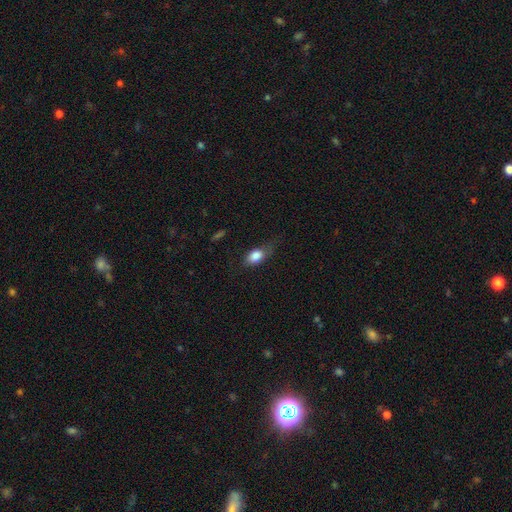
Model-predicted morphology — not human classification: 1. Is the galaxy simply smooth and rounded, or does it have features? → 83% smooth, 10% featured or disk, 8% star or artifact.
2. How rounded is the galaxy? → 83% in between, 12% round, 5% cigar-shaped.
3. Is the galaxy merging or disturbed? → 55% none, 30% minor disturbance, 13% major disturbance, 2% merger.